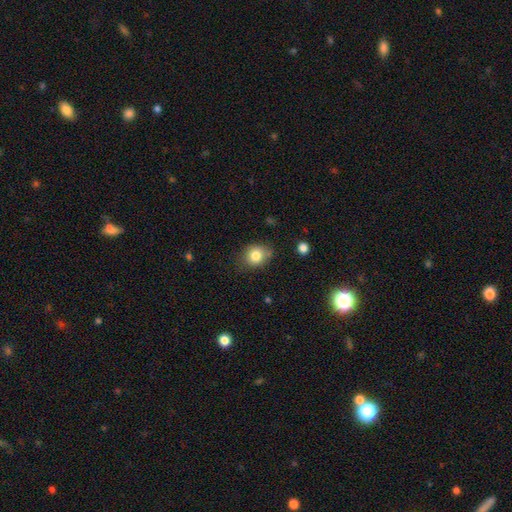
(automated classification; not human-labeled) Overall: smooth (82%). How rounded: round (61%; in between 38%). Merging: none (70%).